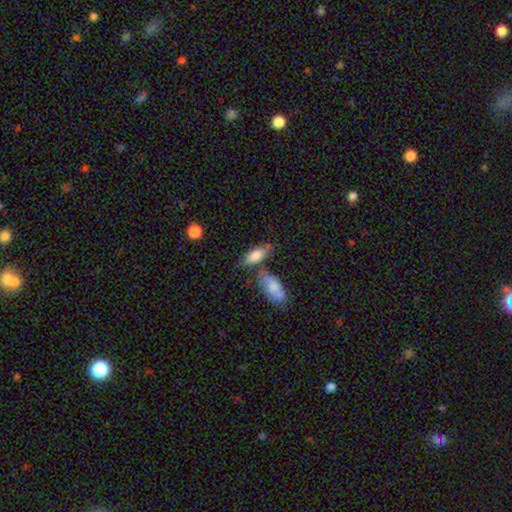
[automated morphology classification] smooth-or-featured: smooth: 77% | featured or disk: 16% | star or artifact: 7%
  how-rounded: in between: 74% | cigar-shaped: 22% | round: 3%
  merging: none: 54% | merger: 20% | minor disturbance: 19% | major disturbance: 6%